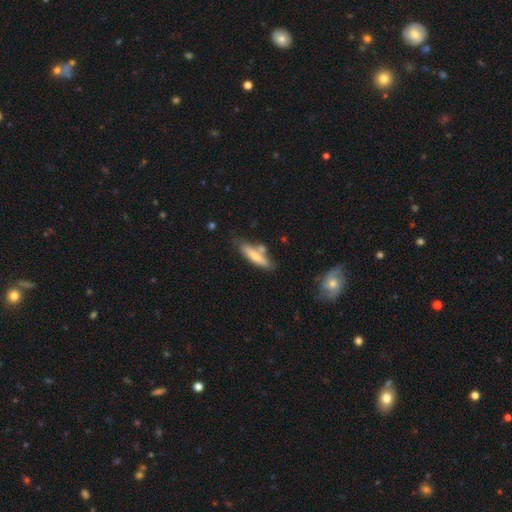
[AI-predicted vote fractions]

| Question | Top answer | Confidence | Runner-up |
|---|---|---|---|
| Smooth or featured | smooth | 68% | featured or disk (25%) |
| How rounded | cigar-shaped | 73% | in between (25%) |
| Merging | none | 65% | minor disturbance (17%) |